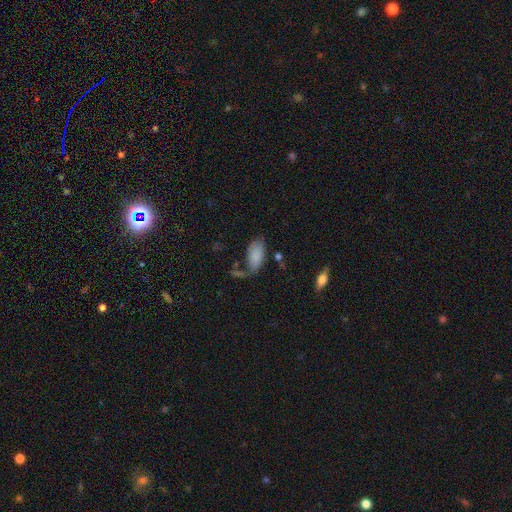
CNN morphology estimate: smooth_or_featured: smooth (p=0.82) [alt: featured or disk p=0.10]
how_rounded: in between (p=0.94) [alt: cigar-shaped p=0.03]
merging: none (p=0.52) [alt: minor disturbance p=0.22]